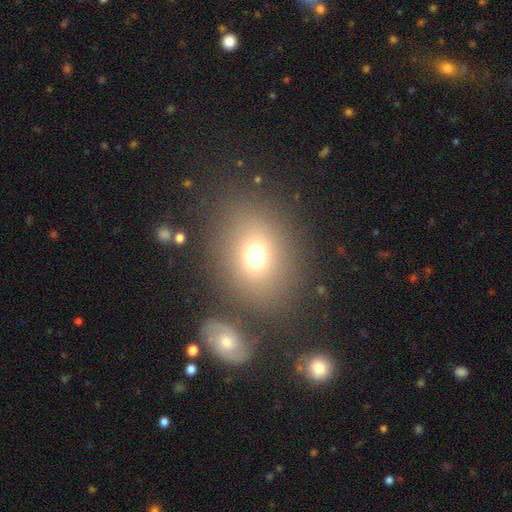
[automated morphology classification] The model was most divided on "how rounded": round: 57%, in between: 42%, cigar-shaped: 1%. More confident: merging — none (76%); smooth or featured — smooth (71%).